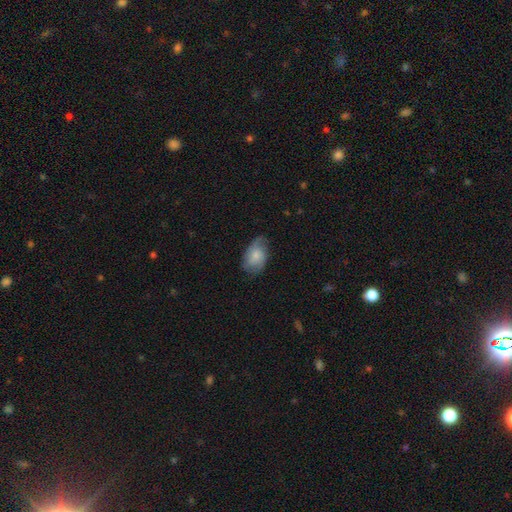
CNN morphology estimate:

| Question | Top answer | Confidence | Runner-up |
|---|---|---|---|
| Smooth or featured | smooth | 64% | featured or disk (30%) |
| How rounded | in between | 88% | round (11%) |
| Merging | none | 55% | minor disturbance (33%) |